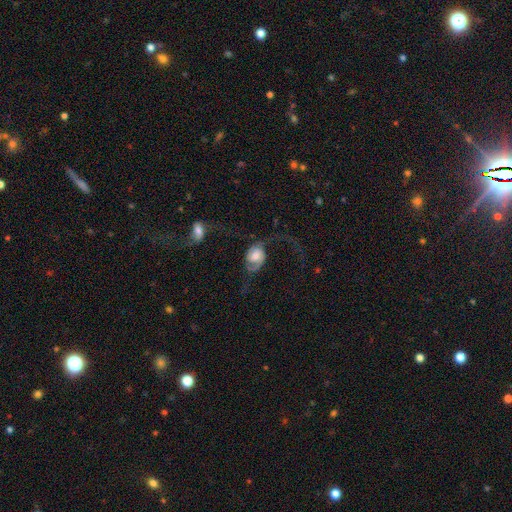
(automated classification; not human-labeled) Smooth or featured? featured or disk (69%)
Edge-on disk? no (97%)
Bar? no (64%)
Spiral arms? yes (87%)
Spiral winding? loose (66%)
Spiral arm count? 2 (74%)
Bulge size? moderate (43%)
Merging? major disturbance (46%)